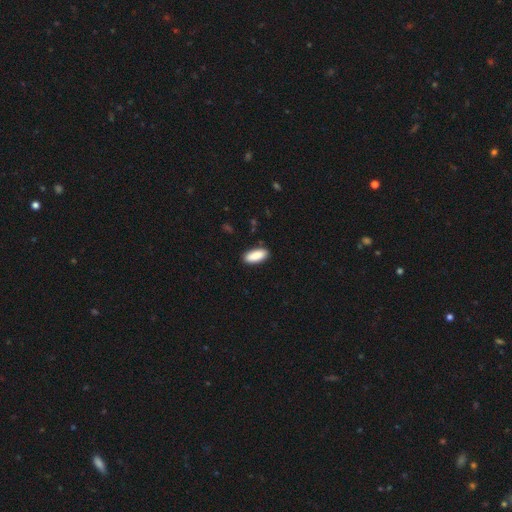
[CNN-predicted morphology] type=smooth (90%); roundness=in between (86%); merging=none (88%).